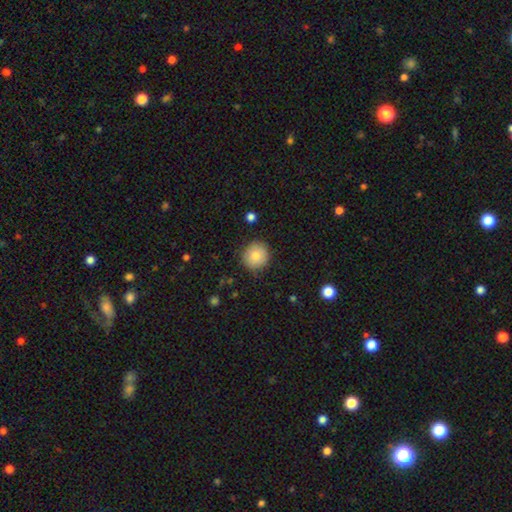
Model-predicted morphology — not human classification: Smooth or featured: smooth — 80% (featured or disk — 11%)
How rounded: round — 93% (in between — 6%)
Merging: none — 87% (minor disturbance — 9%)